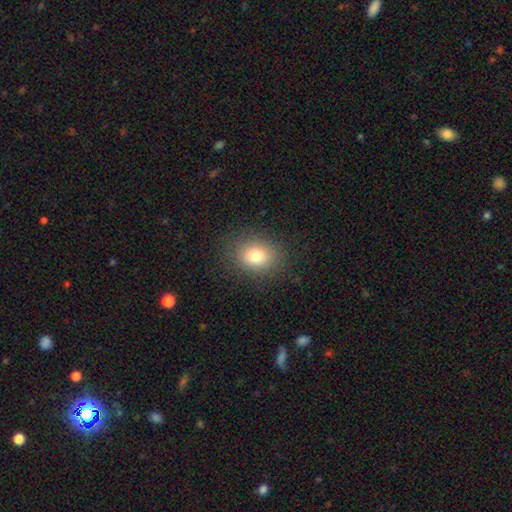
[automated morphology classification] Q: Smooth or featured?
A: smooth (78%); runner-up: star or artifact (12%)
Q: How rounded?
A: in between (52%); runner-up: round (47%)
Q: Merging?
A: none (85%); runner-up: minor disturbance (10%)